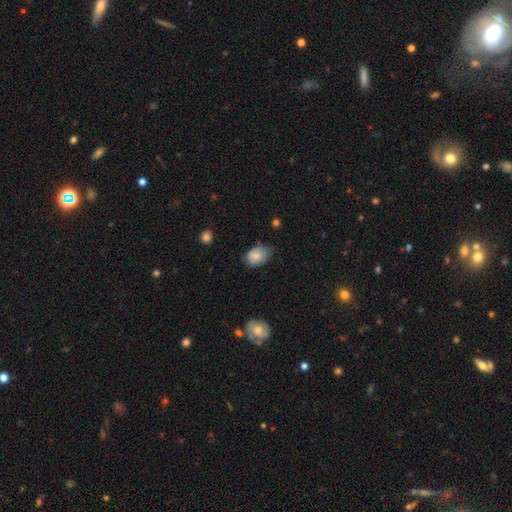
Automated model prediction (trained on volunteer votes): Morphology: type=smooth (77%); roundness=in between (80%); merging=none (56%).